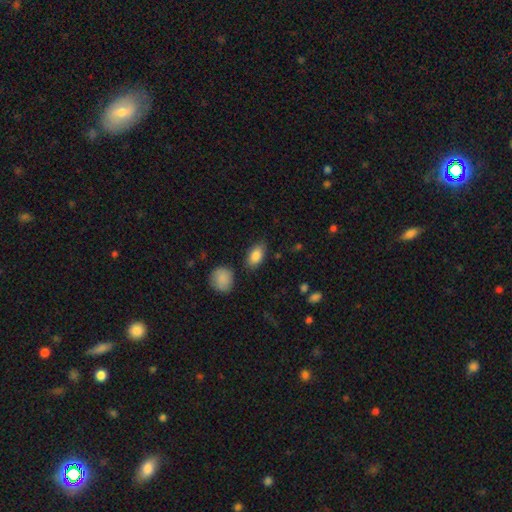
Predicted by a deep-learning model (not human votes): Q: Smooth or featured?
A: smooth (86%); runner-up: star or artifact (7%)
Q: How rounded?
A: in between (90%); runner-up: round (7%)
Q: Merging?
A: none (81%); runner-up: minor disturbance (13%)